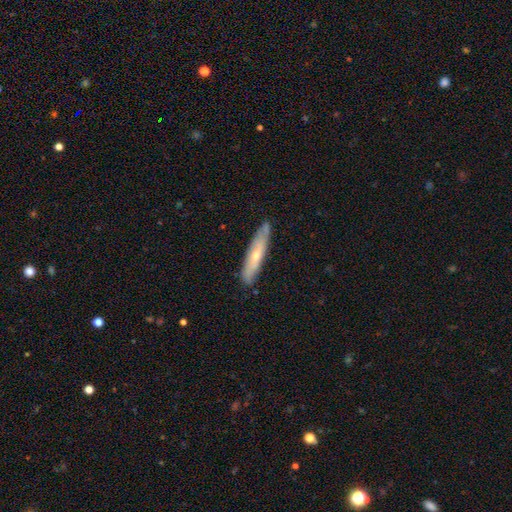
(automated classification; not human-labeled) Smooth or featured?
  - featured or disk: 50% *
  - smooth: 44%
  - star or artifact: 6%
Merging?
  - none: 84% *
  - minor disturbance: 12%
  - major disturbance: 2%
  - merger: 1%